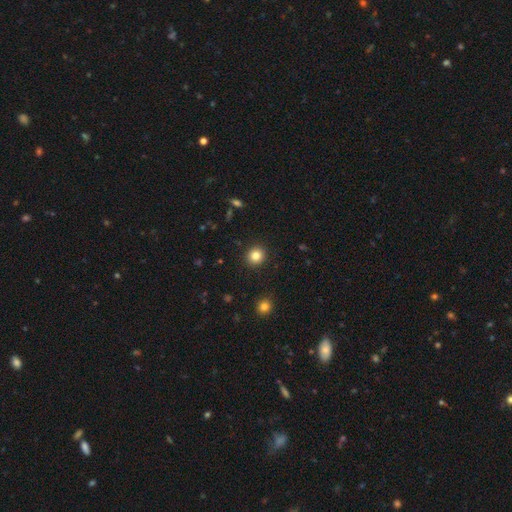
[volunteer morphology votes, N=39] A smooth galaxy with no disk features (85%) that is round (94%).

Vote fractions:
- Smooth or featured? smooth: 85% / featured or disk: 8% / star or artifact: 8%
- How rounded? round: 94% / in between: 6% / cigar-shaped: 0%
- Merging? none: 94% / minor disturbance: 3% / merger: 3% / major disturbance: 0%